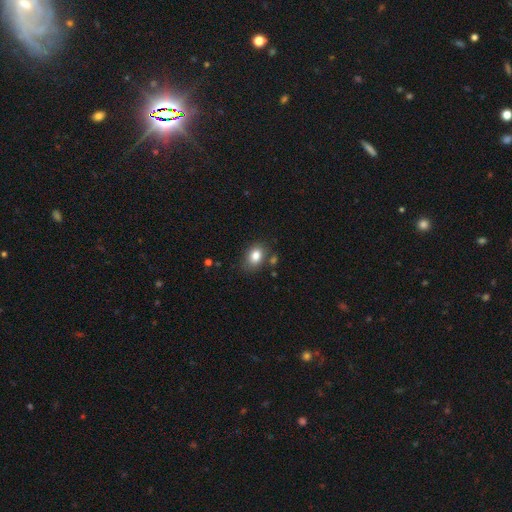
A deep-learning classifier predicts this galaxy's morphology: Smooth or featured? Predicted: smooth (p=0.83). How rounded? Predicted: in between (p=0.70). Merging? Predicted: none (p=0.75).